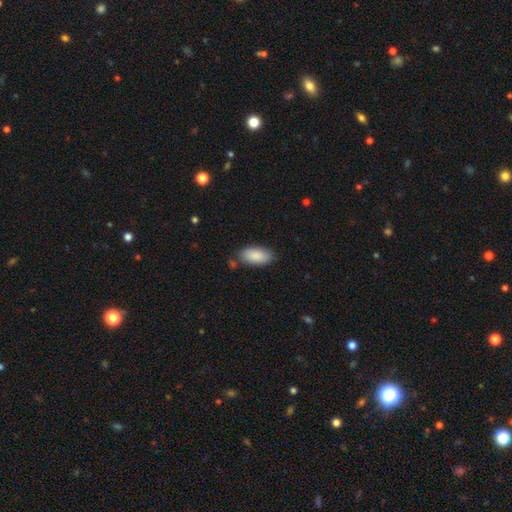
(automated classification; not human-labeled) Smooth or featured? Predicted: smooth (p=0.88). How rounded? Predicted: in between (p=0.92). Merging? Predicted: none (p=0.78).